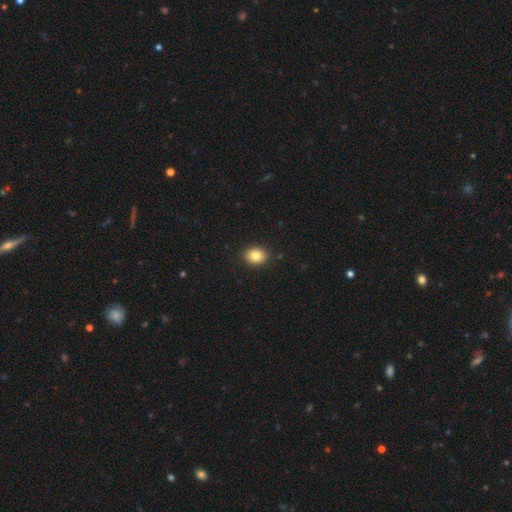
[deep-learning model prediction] Morphology: type=smooth (83%); roundness=round (50%); merging=none (90%).